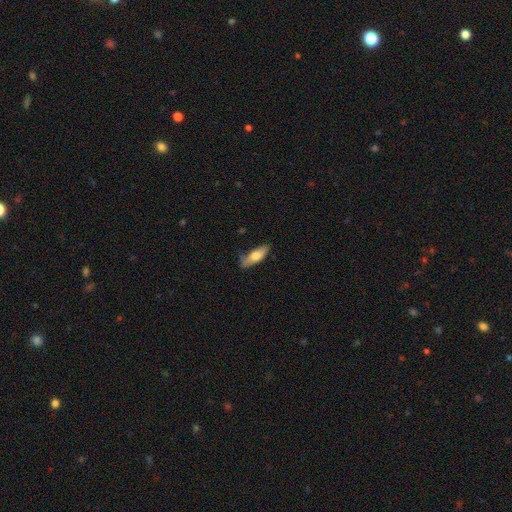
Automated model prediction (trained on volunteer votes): Smooth or featured: smooth — 69% (featured or disk — 26%)
How rounded: in between — 60% (cigar-shaped — 37%)
Merging: none — 59% (minor disturbance — 30%)